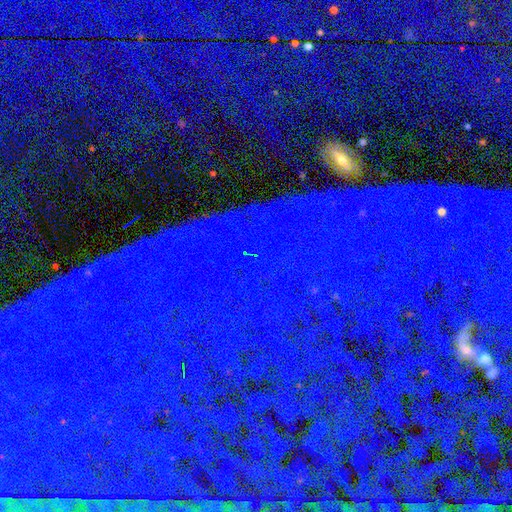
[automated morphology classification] This is clearly a star or artifact rather than a galaxy (83%).